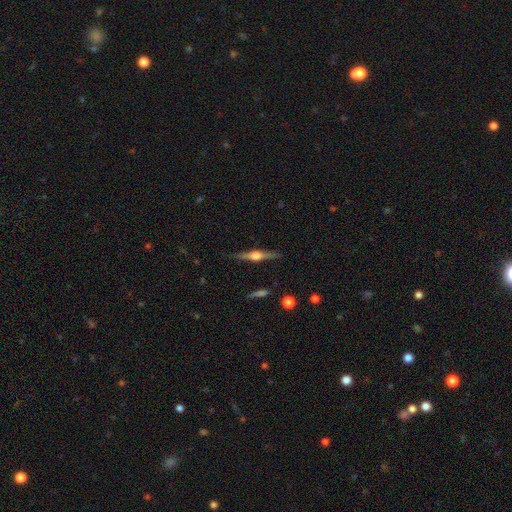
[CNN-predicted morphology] Smooth or featured?
  - featured or disk: 84% *
  - smooth: 10%
  - star or artifact: 5%
Edge-on disk?
  - yes: 98% *
  - no: 2%
Edge-on bulge?
  - rounded: 92% *
  - boxy: 7%
  - none: 2%
Merging?
  - none: 89% *
  - minor disturbance: 8%
  - major disturbance: 2%
  - merger: 1%